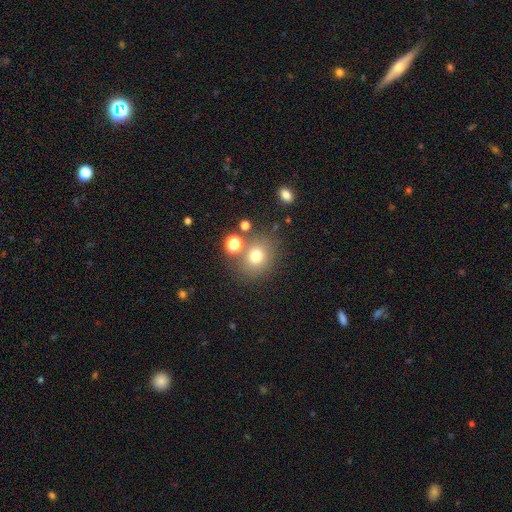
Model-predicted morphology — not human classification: Q: Smooth or featured?
A: smooth (73%); runner-up: star or artifact (16%)
Q: How rounded?
A: round (73%); runner-up: in between (26%)
Q: Merging?
A: none (72%); runner-up: minor disturbance (12%)